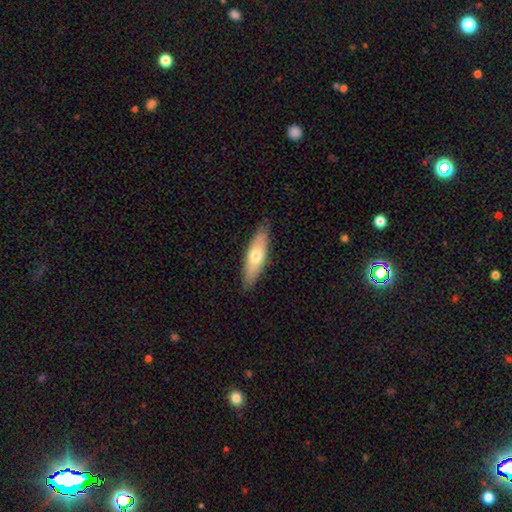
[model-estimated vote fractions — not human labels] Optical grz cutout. It shows a smooth galaxy with no disk features (61%) that is cigar-shaped (54%). Merging: none (85%).